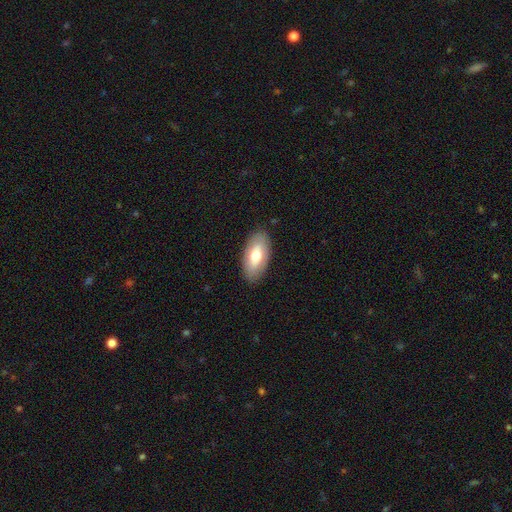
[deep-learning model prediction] Smooth or featured? Predicted: smooth (p=0.68). How rounded? Predicted: in between (p=0.92). Merging? Predicted: none (p=0.87).